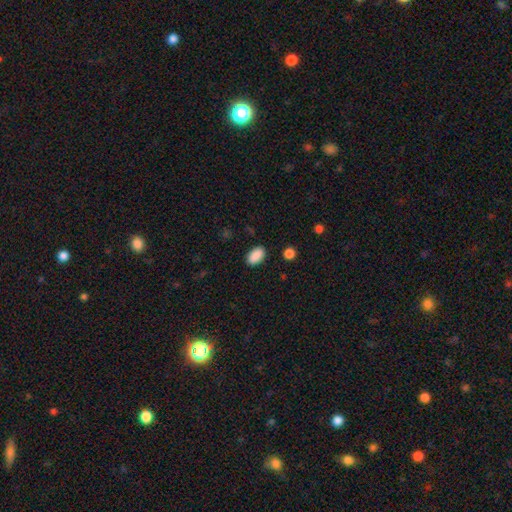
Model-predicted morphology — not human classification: This appears to be a smooth galaxy with no disk features (90%) that is in between round and cigar-shaped (93%). Merging: none (88%).